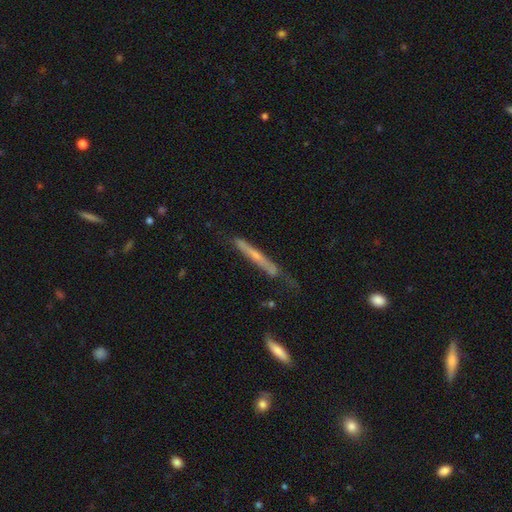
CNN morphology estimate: Smooth or featured: featured or disk — 60% (smooth — 33%)
Edge-on disk: yes — 91% (no — 9%)
Edge-on bulge: rounded — 50% (none — 45%)
Merging: none — 62% (minor disturbance — 25%)